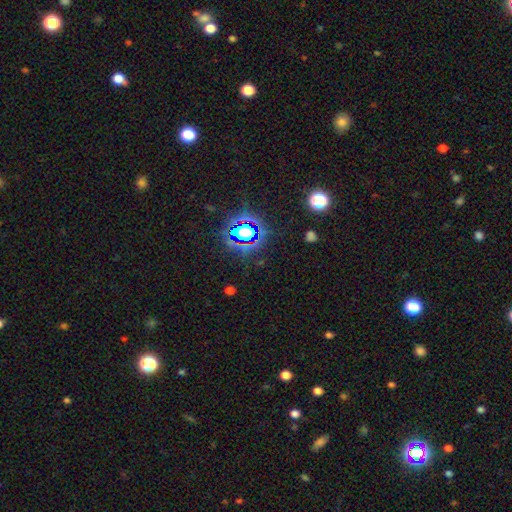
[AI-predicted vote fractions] This is likely a star or artifact rather than a galaxy (79%).